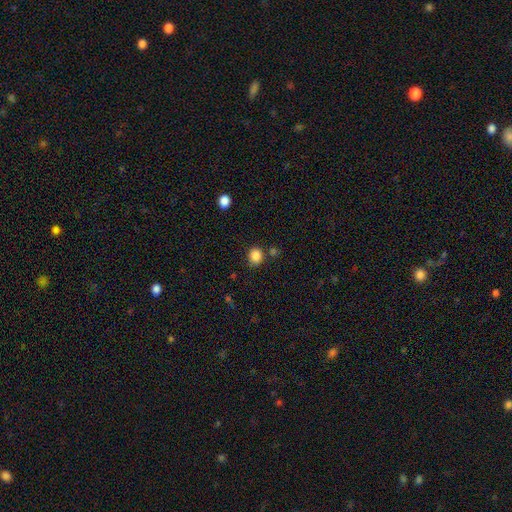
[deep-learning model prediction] This appears to be a smooth galaxy with no disk features (86%) that is round (70%). Merging: none (77%).